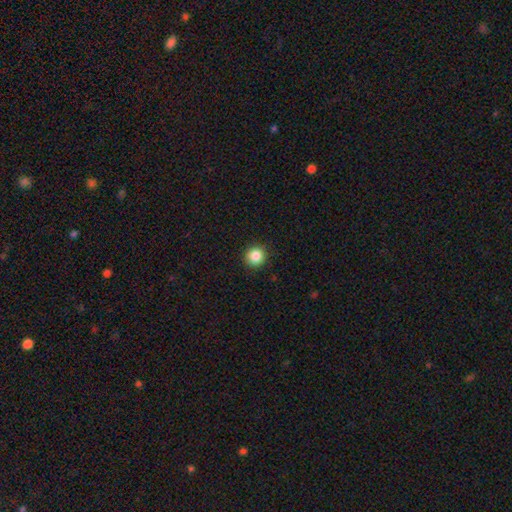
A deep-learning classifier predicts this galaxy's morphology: smooth_or_featured: smooth (p=0.86) [alt: star or artifact p=0.10]
how_rounded: round (p=0.92) [alt: in between p=0.07]
merging: none (p=0.91) [alt: minor disturbance p=0.06]